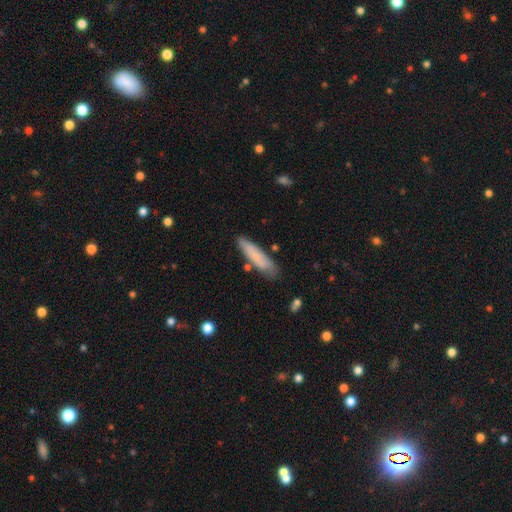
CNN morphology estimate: Smooth or featured? smooth (69%)
How rounded? cigar-shaped (76%)
Merging? none (77%)